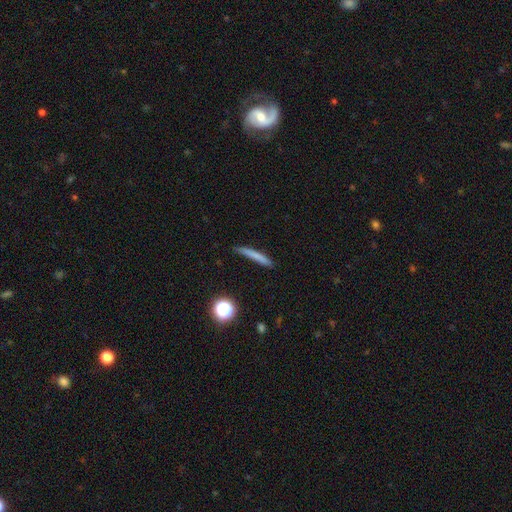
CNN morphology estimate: smooth-or-featured: smooth: 72% | featured or disk: 19% | star or artifact: 9%
  how-rounded: cigar-shaped: 94% | in between: 4% | round: 2%
  merging: none: 81% | minor disturbance: 14% | major disturbance: 3% | merger: 2%